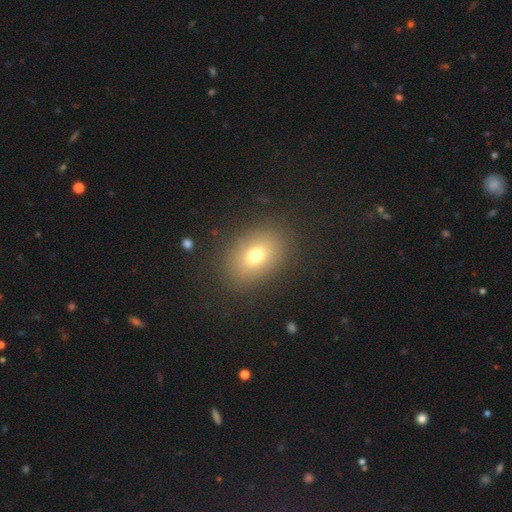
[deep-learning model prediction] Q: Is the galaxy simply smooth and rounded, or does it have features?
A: smooth — 73%.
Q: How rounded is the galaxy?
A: in between — 73%.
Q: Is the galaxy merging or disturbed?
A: none — 86%.